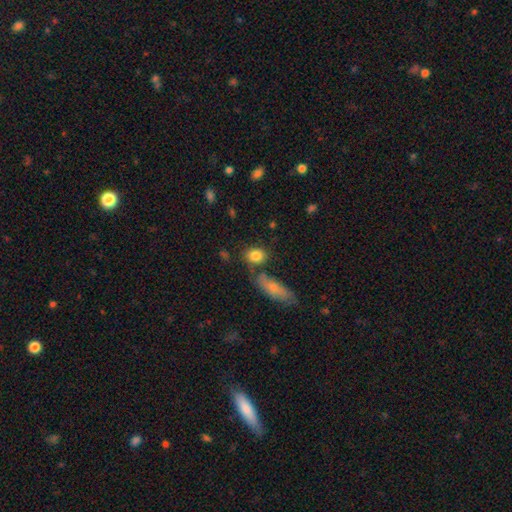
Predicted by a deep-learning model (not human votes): Smooth or featured?
  - smooth: 83% *
  - featured or disk: 9%
  - star or artifact: 8%
How rounded?
  - in between: 50% *
  - round: 46%
  - cigar-shaped: 4%
Merging?
  - none: 69% *
  - merger: 14%
  - minor disturbance: 13%
  - major disturbance: 4%